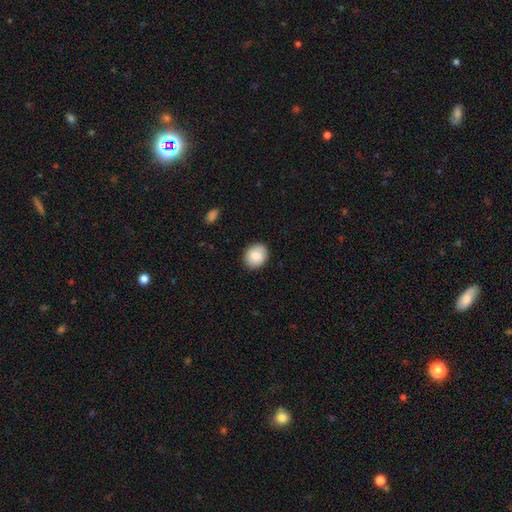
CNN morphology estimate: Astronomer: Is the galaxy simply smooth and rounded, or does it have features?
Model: smooth — 87%.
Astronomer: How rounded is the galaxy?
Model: round — 54% (runner-up: in between, 46%).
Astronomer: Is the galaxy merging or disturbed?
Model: none — 89%.